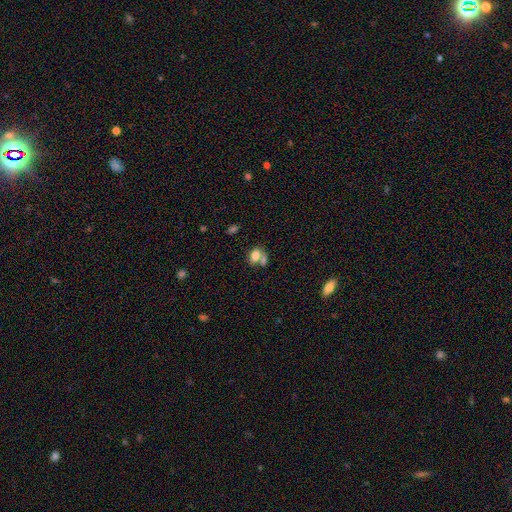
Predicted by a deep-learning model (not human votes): Smooth or featured?
  - smooth: 77% *
  - featured or disk: 13%
  - star or artifact: 10%
How rounded?
  - in between: 76% *
  - round: 22%
  - cigar-shaped: 2%
Merging?
  - merger: 45% *
  - none: 38%
  - minor disturbance: 11%
  - major disturbance: 6%